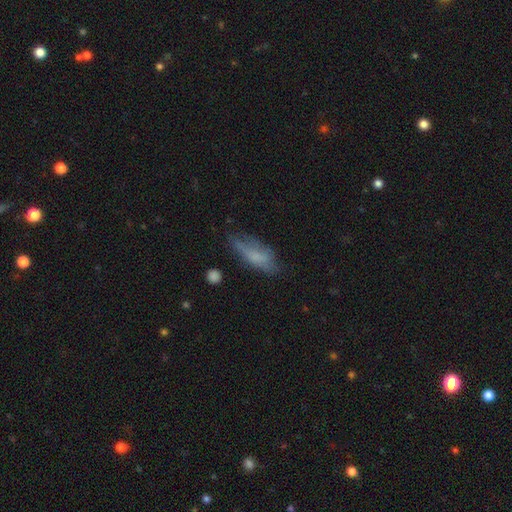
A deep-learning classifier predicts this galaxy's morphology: smooth_or_featured: smooth (p=0.63) [alt: featured or disk p=0.27]
how_rounded: in between (p=0.60) [alt: cigar-shaped p=0.38]
merging: none (p=0.51) [alt: minor disturbance p=0.32]